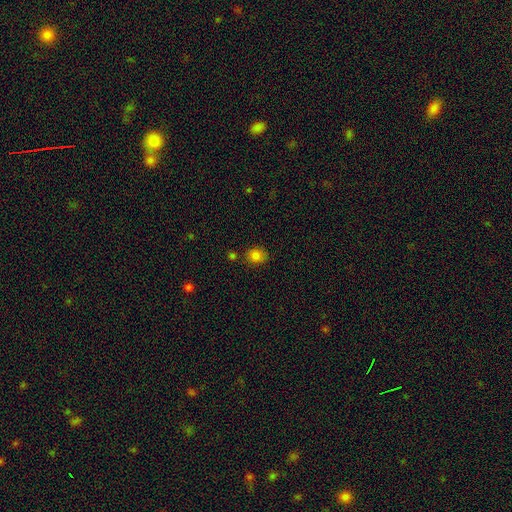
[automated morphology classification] type=smooth (81%); roundness=round (63%); merging=none (79%).